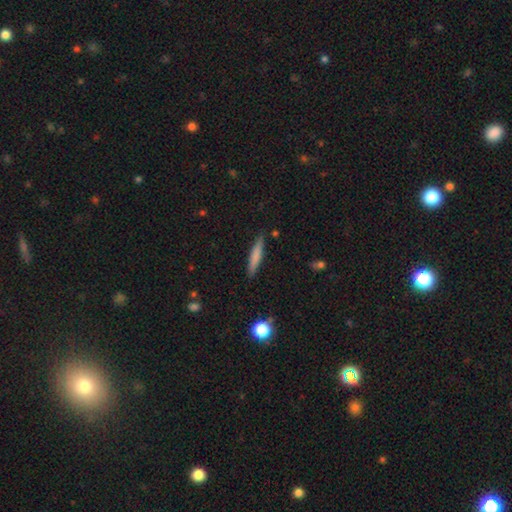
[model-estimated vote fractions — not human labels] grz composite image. It shows a smooth galaxy with no disk features (71%) that is cigar-shaped (91%). Merging: none (87%).